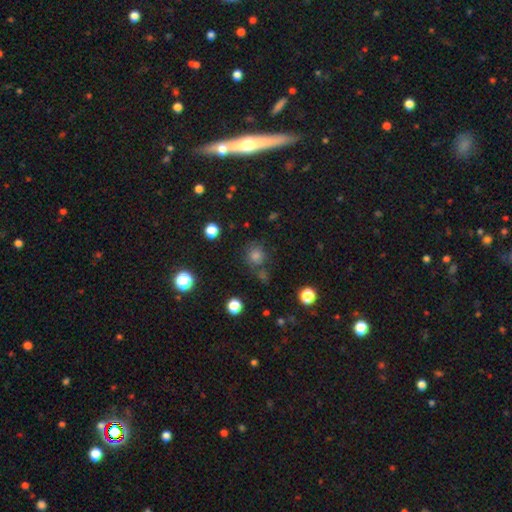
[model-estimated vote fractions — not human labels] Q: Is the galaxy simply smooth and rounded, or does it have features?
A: smooth — 71%.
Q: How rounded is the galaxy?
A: round — 89%.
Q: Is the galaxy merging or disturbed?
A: none — 73%.